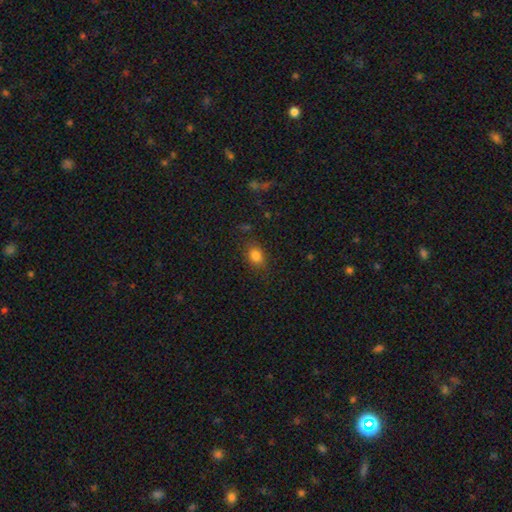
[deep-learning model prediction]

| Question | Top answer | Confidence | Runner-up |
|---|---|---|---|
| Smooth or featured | smooth | 81% | star or artifact (12%) |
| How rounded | in between | 63% | round (35%) |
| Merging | none | 78% | minor disturbance (15%) |